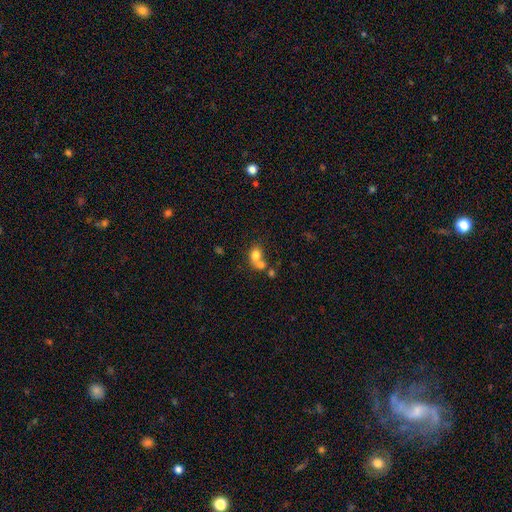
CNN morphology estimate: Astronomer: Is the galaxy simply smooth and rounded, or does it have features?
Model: smooth — 74%.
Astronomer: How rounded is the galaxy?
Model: in between — 51% (runner-up: round, 47%).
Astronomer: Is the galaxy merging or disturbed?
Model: merger — 59%.